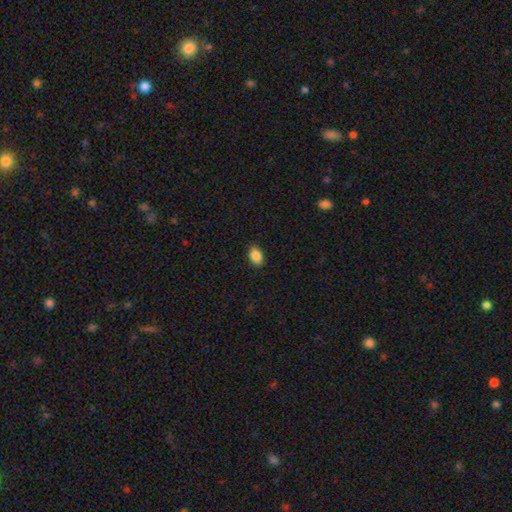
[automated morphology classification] A smooth galaxy with no disk features (87%) that is in between round and cigar-shaped (85%). Merging: none (89%).